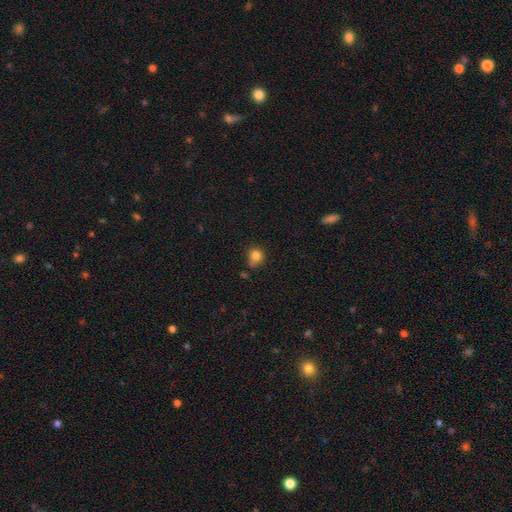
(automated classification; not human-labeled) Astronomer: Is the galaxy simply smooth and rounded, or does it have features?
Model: smooth — 82%.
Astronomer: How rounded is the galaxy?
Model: round — 83%.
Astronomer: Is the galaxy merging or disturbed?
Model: none — 60%.